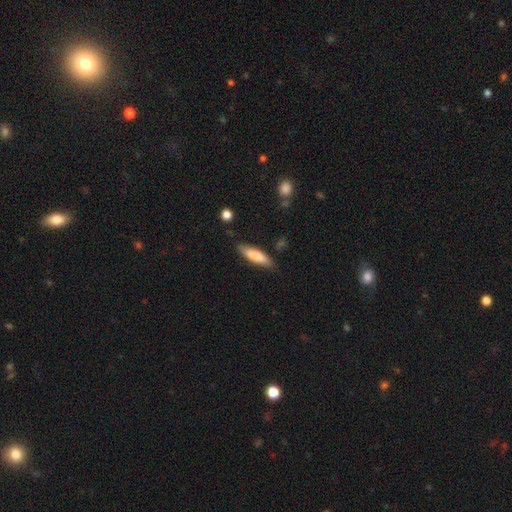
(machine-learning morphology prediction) Overall: smooth (79%). How rounded: cigar-shaped (61%; in between 37%). Merging: none (81%).